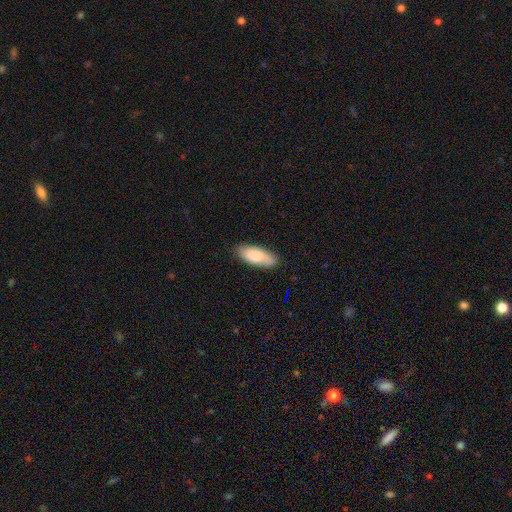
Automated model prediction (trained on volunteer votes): Smooth or featured?
  - smooth: 81% *
  - featured or disk: 13%
  - star or artifact: 6%
How rounded?
  - in between: 78% *
  - cigar-shaped: 21%
  - round: 2%
Merging?
  - none: 82% *
  - minor disturbance: 14%
  - major disturbance: 3%
  - merger: 1%